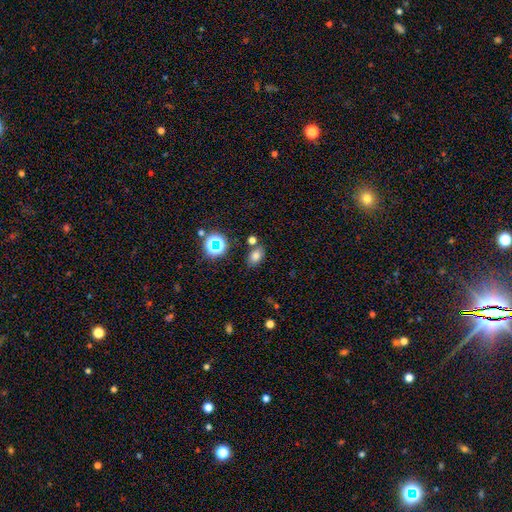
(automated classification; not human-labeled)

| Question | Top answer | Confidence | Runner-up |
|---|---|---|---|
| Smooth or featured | smooth | 73% | star or artifact (18%) |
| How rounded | in between | 79% | round (20%) |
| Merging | none | 74% | minor disturbance (12%) |